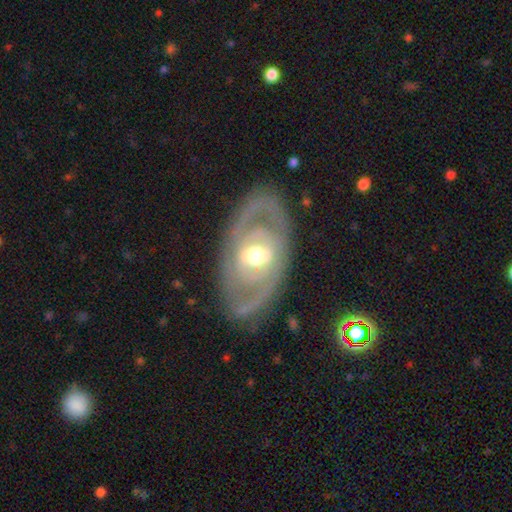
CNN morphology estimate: This is clearly a featured or disk galaxy (80%). It is clearly not viewed edge-on (92%). Bar: marginally weak (42%). Spiral arm pattern: likely yes (67%). Central bulge: likely moderate (68%). Merging: likely none (79%).